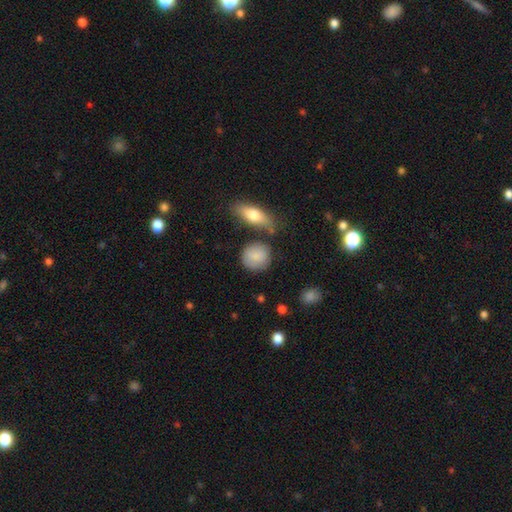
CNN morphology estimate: smooth 84%, featured or disk 9%, star or artifact 7%. Down the decision tree: how rounded — round (83%); merging — none (73%).